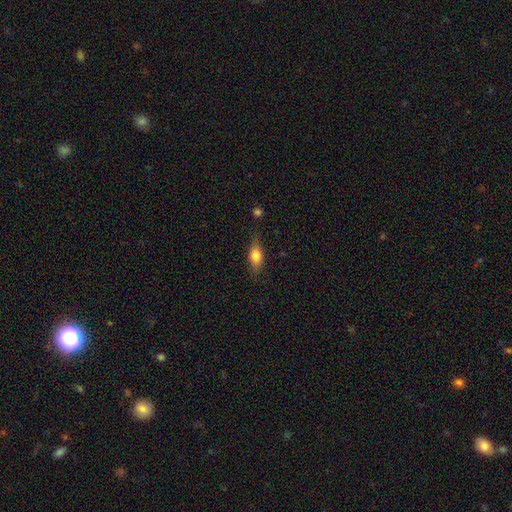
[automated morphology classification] Smooth or featured: smooth — 68% (featured or disk — 23%)
How rounded: in between — 73% (cigar-shaped — 20%)
Merging: none — 71% (minor disturbance — 21%)